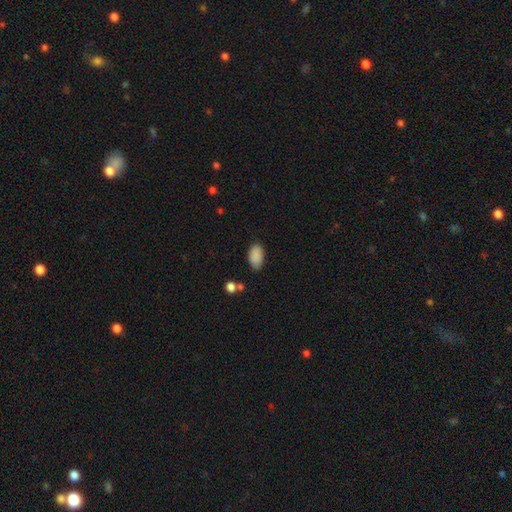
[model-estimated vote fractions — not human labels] A smooth galaxy with no disk features (88%) that is in between round and cigar-shaped (94%).

Vote fractions:
- Smooth or featured? smooth: 88% / star or artifact: 8% / featured or disk: 4%
- How rounded? in between: 94% / round: 5% / cigar-shaped: 2%
- Merging? none: 81% / minor disturbance: 14% / major disturbance: 3% / merger: 3%